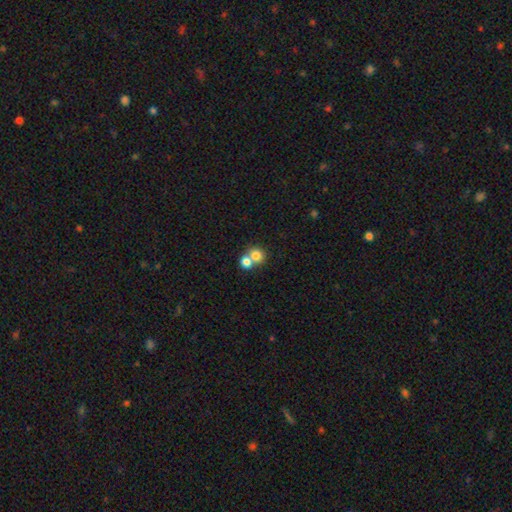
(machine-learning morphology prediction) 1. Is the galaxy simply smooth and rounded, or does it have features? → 78% smooth, 12% featured or disk, 10% star or artifact.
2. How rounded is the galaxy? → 82% round, 17% in between, 1% cigar-shaped.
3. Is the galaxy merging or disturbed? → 58% merger, 35% none, 5% minor disturbance, 2% major disturbance.